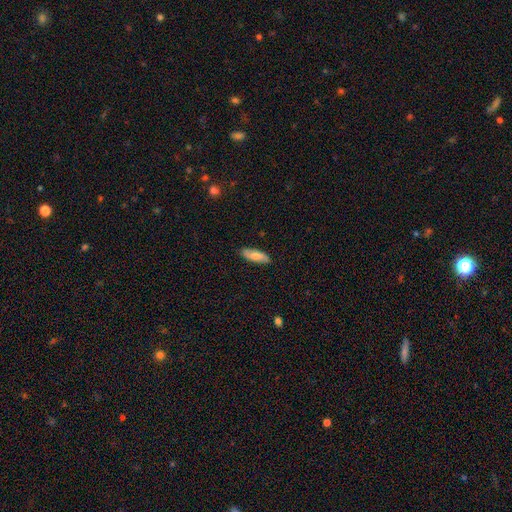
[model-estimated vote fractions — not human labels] A smooth galaxy with no disk features (67%) that is in between round and cigar-shaped (60%).

Vote fractions:
- Smooth or featured? smooth: 67% / featured or disk: 27% / star or artifact: 6%
- How rounded? in between: 60% / cigar-shaped: 38% / round: 2%
- Merging? none: 85% / minor disturbance: 11% / major disturbance: 2% / merger: 1%